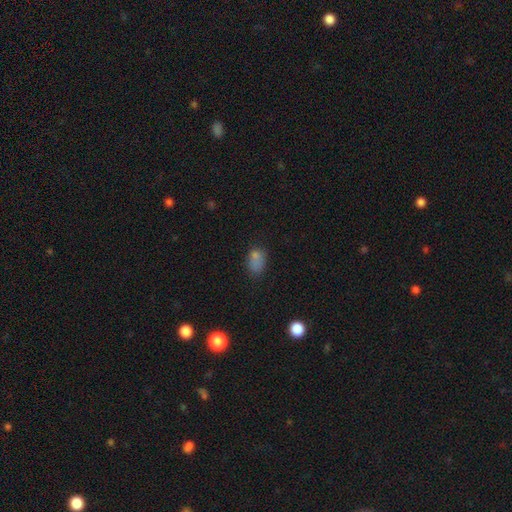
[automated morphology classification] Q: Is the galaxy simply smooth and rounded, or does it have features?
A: smooth — 71%.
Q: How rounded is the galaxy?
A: in between — 78%.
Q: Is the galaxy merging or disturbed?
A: none — 63%.